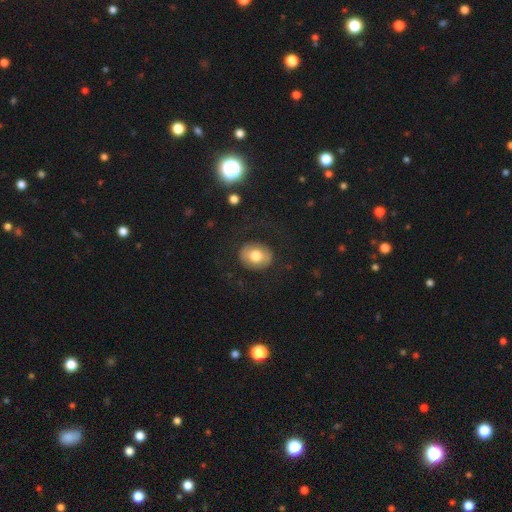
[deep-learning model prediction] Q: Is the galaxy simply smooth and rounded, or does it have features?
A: smooth — 70%.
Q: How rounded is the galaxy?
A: round — 65%.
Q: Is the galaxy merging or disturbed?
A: none — 81%.